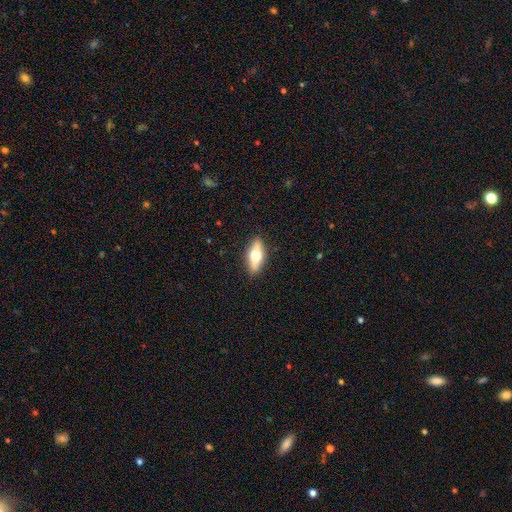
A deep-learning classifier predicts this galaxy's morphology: A smooth galaxy with no disk features (56%) that is in between round and cigar-shaped (70%).

Vote fractions:
- Smooth or featured? smooth: 56% / featured or disk: 37% / star or artifact: 7%
- How rounded? in between: 70% / cigar-shaped: 26% / round: 4%
- Merging? none: 89% / minor disturbance: 8% / major disturbance: 2% / merger: 1%